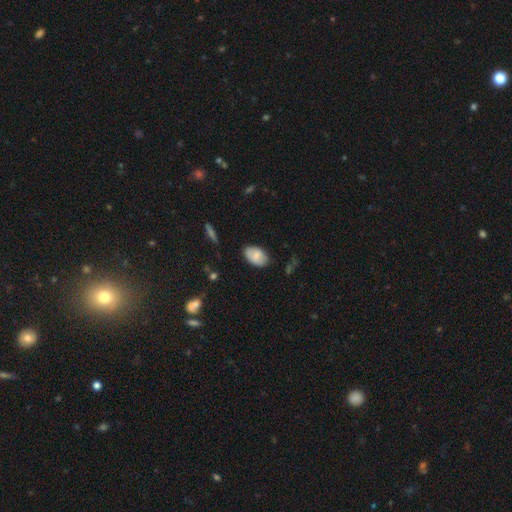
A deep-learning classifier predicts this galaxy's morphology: type=smooth (76%); roundness=in between (92%); merging=none (81%).